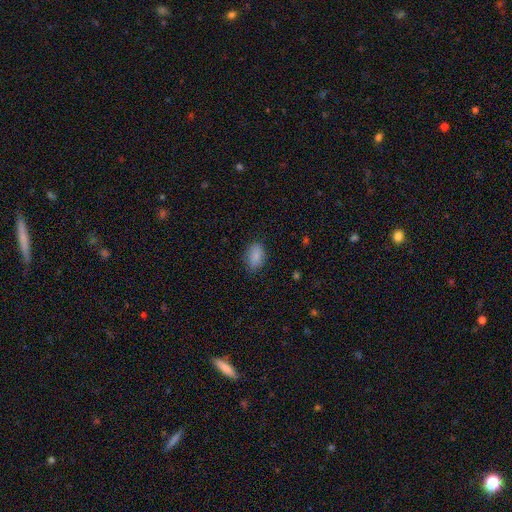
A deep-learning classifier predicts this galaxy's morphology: Overall: smooth (86%). How rounded: in between (88%). Merging: none (80%).